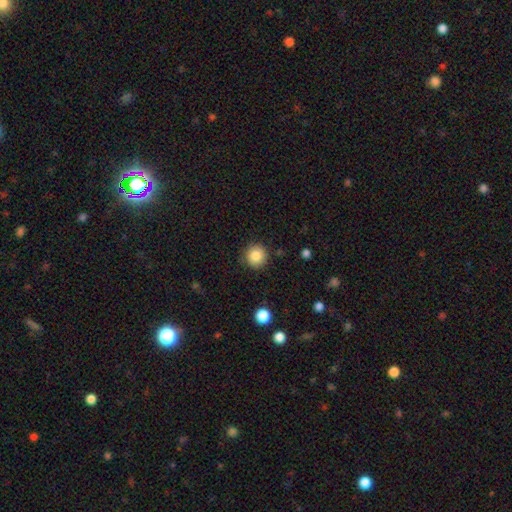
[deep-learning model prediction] Morphology: type=smooth (85%); roundness=round (93%); merging=none (87%).